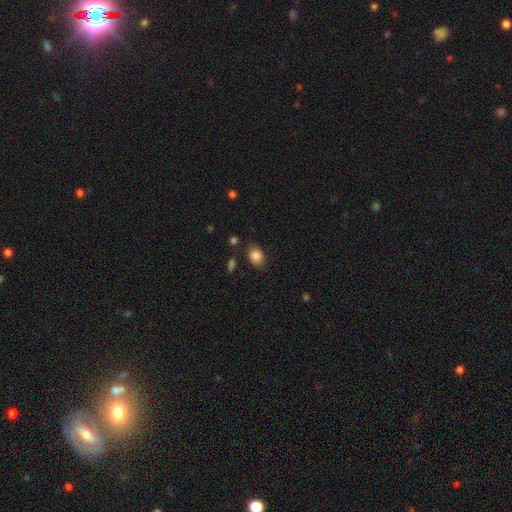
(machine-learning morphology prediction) Smooth or featured? smooth (85%)
How rounded? in between (65%)
Merging? none (75%)